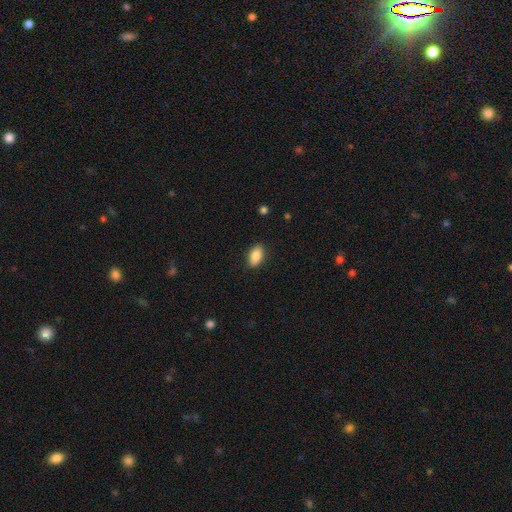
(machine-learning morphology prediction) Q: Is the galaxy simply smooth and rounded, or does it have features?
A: smooth — 87%.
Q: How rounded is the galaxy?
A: in between — 92%.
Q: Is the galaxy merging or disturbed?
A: none — 87%.